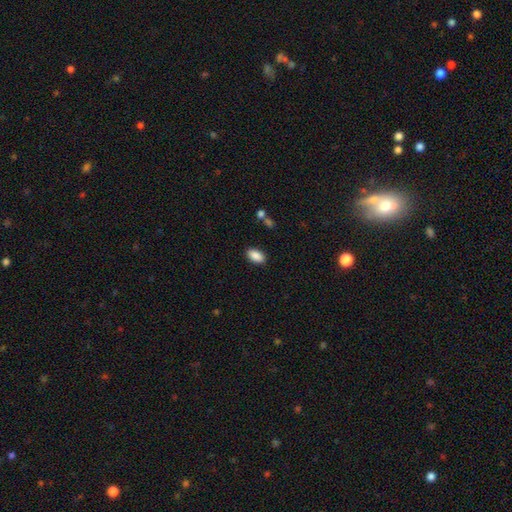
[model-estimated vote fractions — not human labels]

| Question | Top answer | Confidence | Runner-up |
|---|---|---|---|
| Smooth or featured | smooth | 89% | star or artifact (7%) |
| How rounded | in between | 93% | round (5%) |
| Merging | none | 87% | minor disturbance (9%) |